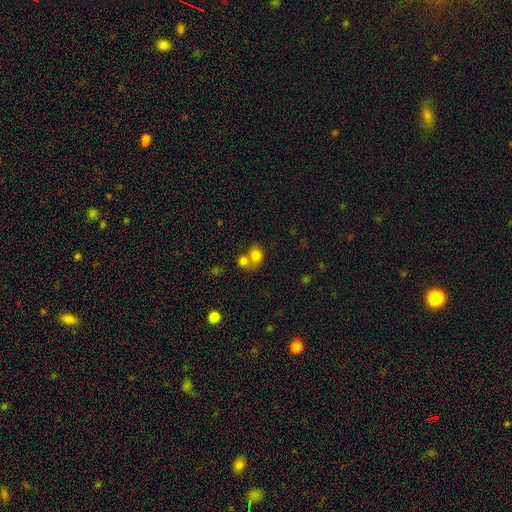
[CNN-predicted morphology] Overall: smooth (78%). How rounded: round (56%; in between 43%). Merging: merger (55%; none 32%).